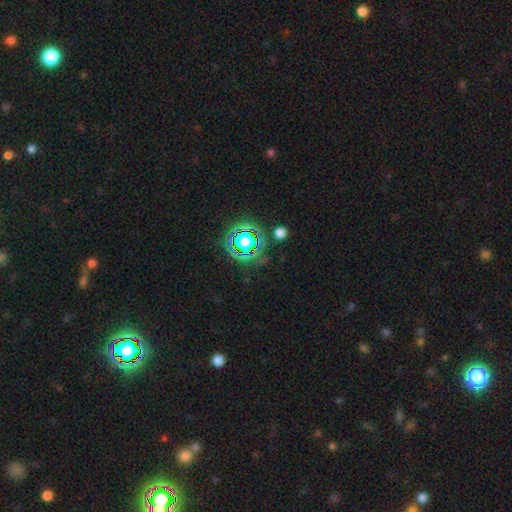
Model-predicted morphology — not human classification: Smooth or featured? star or artifact (78%)